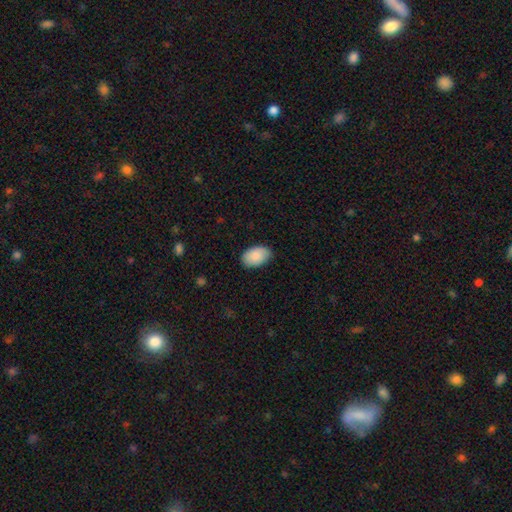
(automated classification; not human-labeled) Smooth or featured? smooth (88%)
How rounded? in between (91%)
Merging? none (81%)